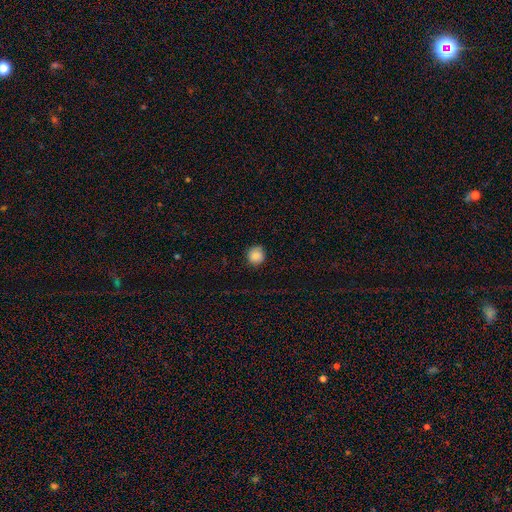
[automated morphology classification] Smooth or featured? smooth (84%)
How rounded? round (90%)
Merging? none (84%)